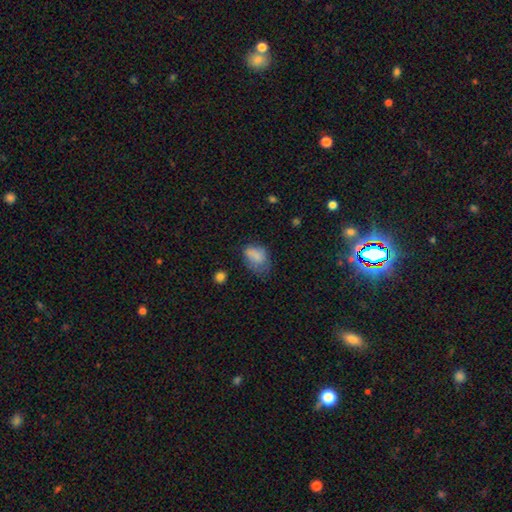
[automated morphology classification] A smooth galaxy with no disk features (78%) that is in between round and cigar-shaped (81%). Merging: none (42%).